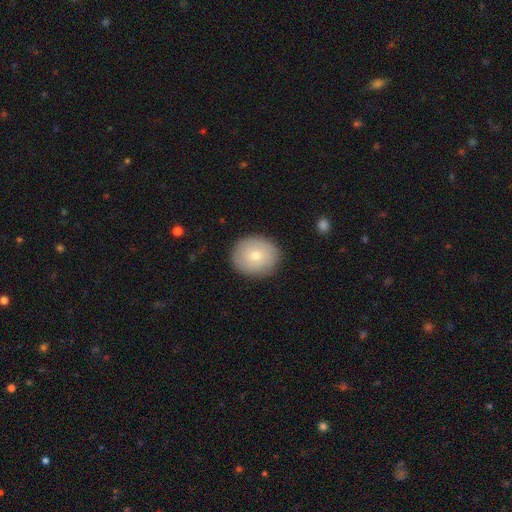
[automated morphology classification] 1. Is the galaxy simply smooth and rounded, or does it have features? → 73% smooth, 20% featured or disk, 7% star or artifact.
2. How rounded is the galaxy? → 82% round, 17% in between, 1% cigar-shaped.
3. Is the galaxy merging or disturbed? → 89% none, 8% minor disturbance, 2% major disturbance, 1% merger.